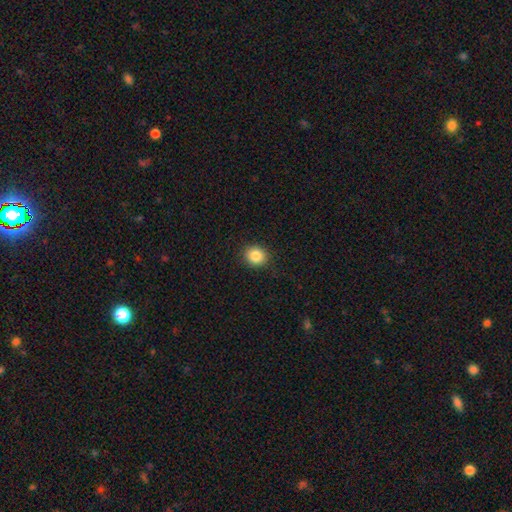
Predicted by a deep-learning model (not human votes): Overall: smooth (85%). How rounded: round (81%). Merging: none (90%).